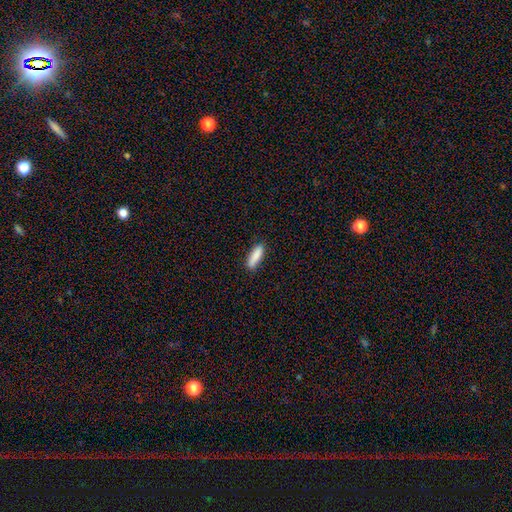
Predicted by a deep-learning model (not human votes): smooth_or_featured: smooth (p=0.88) [alt: star or artifact p=0.06]
how_rounded: cigar-shaped (p=0.57) [alt: in between p=0.41]
merging: none (p=0.85) [alt: minor disturbance p=0.11]